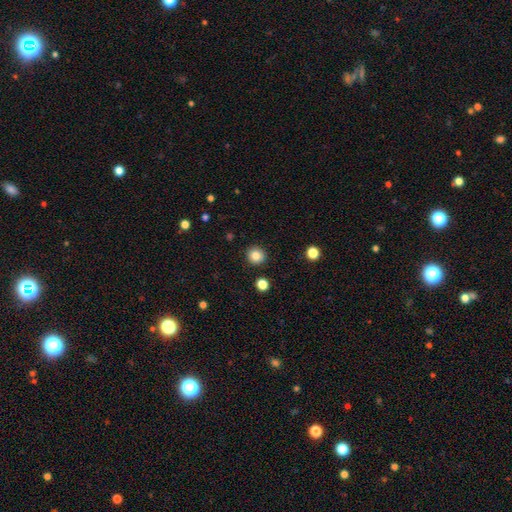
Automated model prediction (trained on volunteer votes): A smooth galaxy with no disk features (85%) that is round (91%).

Vote fractions:
- Smooth or featured? smooth: 85% / star or artifact: 11% / featured or disk: 4%
- How rounded? round: 91% / in between: 8% / cigar-shaped: 1%
- Merging? none: 91% / minor disturbance: 5% / major disturbance: 2% / merger: 2%